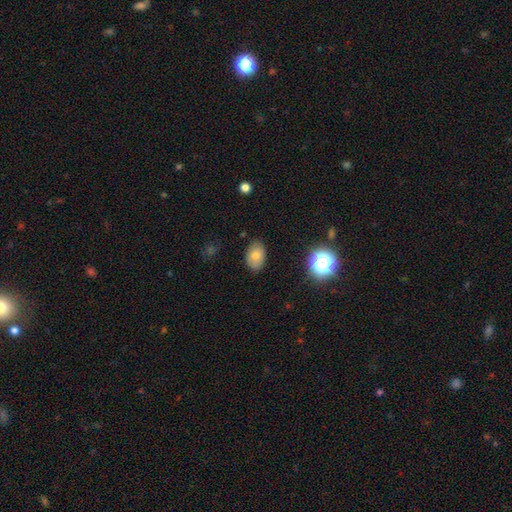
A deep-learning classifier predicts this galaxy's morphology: A smooth galaxy with no disk features (75%) that is in between round and cigar-shaped (86%).

Vote fractions:
- Smooth or featured? smooth: 75% / featured or disk: 15% / star or artifact: 11%
- How rounded? in between: 86% / round: 13% / cigar-shaped: 1%
- Merging? none: 82% / minor disturbance: 13% / major disturbance: 3% / merger: 2%